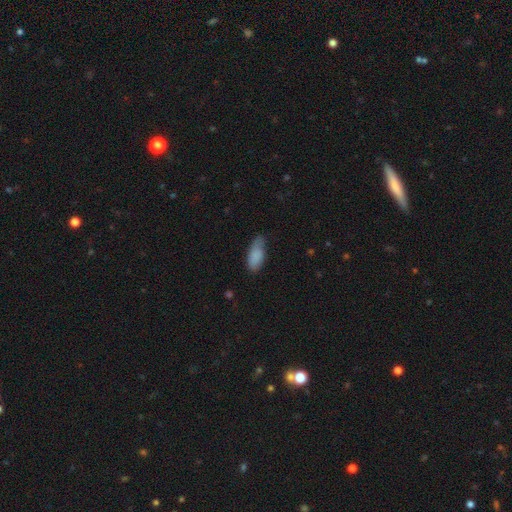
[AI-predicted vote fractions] smooth_or_featured: smooth (p=0.86) [alt: featured or disk p=0.08]
how_rounded: in between (p=0.85) [alt: cigar-shaped p=0.13]
merging: none (p=0.55) [alt: minor disturbance p=0.36]